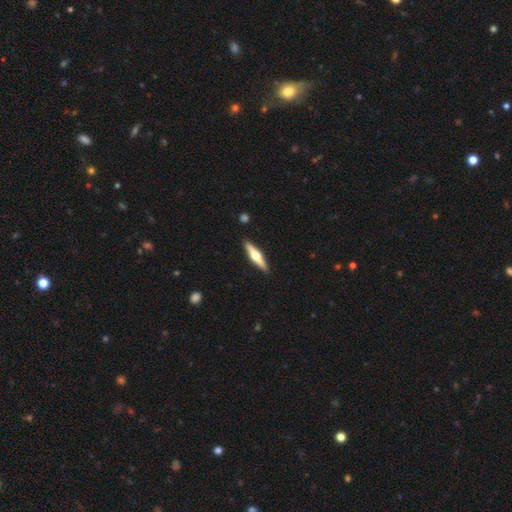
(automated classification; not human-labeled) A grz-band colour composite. It shows a featured or disk galaxy (62%) viewed edge-on (96%) with a rounded central bulge (95%). Merging: none (90%).